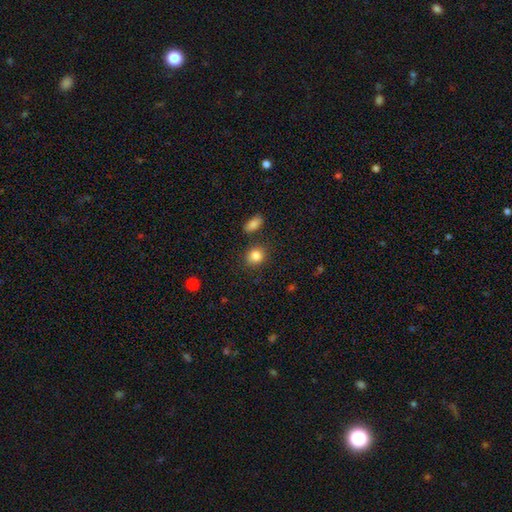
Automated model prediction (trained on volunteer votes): A smooth galaxy with no disk features (85%) that is round (71%).

Vote fractions:
- Smooth or featured? smooth: 85% / star or artifact: 9% / featured or disk: 5%
- How rounded? round: 71% / in between: 27% / cigar-shaped: 1%
- Merging? none: 81% / minor disturbance: 10% / merger: 6% / major disturbance: 3%